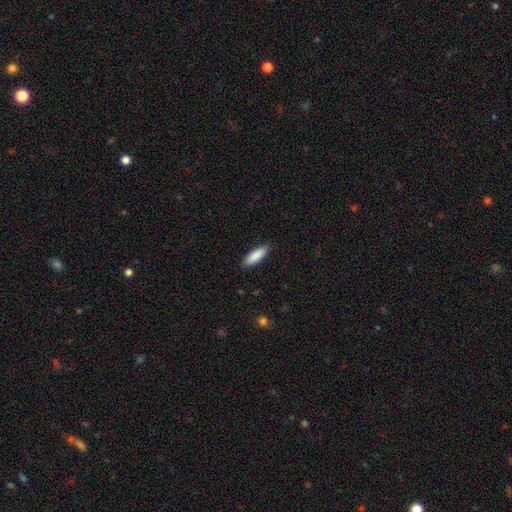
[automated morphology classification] The model was most divided on "how rounded": cigar-shaped: 54%, in between: 45%, round: 1%. More confident: merging — none (89%); smooth or featured — smooth (88%).